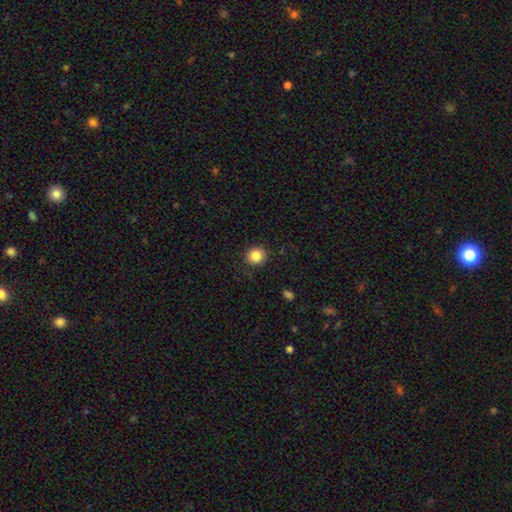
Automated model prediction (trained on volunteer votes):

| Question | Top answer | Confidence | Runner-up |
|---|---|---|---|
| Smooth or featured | smooth | 85% | star or artifact (10%) |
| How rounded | round | 88% | in between (11%) |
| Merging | none | 88% | minor disturbance (9%) |